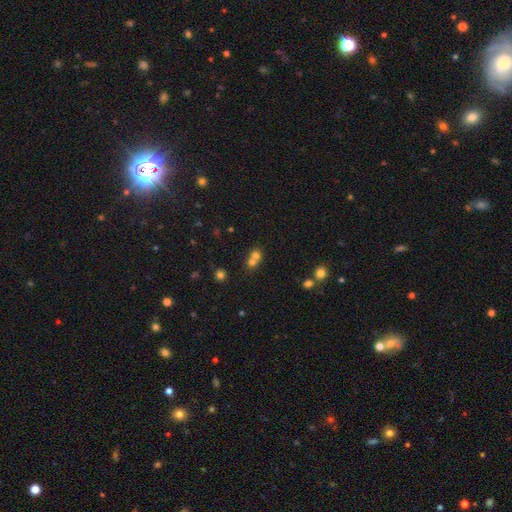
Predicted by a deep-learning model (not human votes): Overall: smooth (67%). How rounded: round (74%). Merging: merger (63%; none 30%).